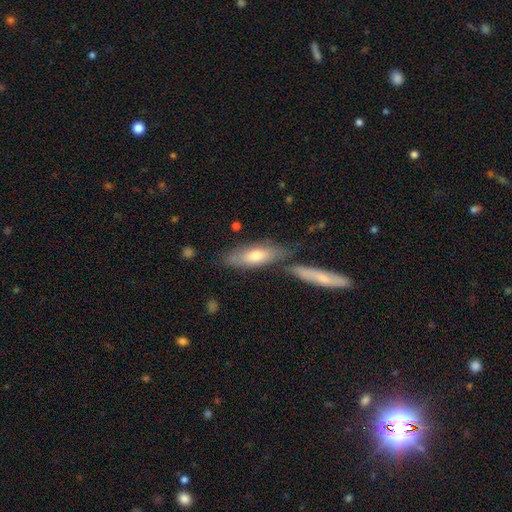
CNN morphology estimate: This is likely a smooth galaxy (66%). How rounded: possibly in between (57%). Merging: possibly none (60%).